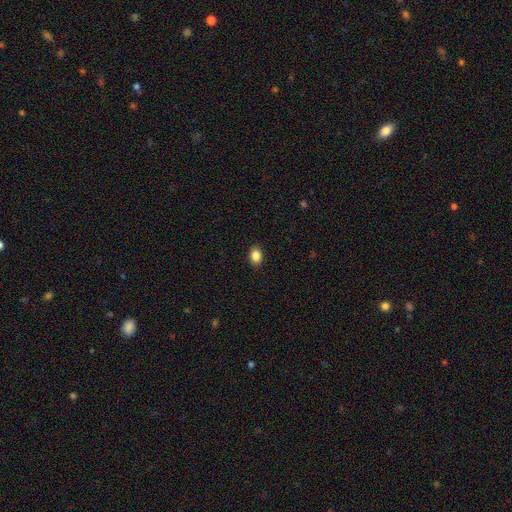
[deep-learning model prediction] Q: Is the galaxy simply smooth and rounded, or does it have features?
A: smooth — 87%.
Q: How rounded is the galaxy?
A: in between — 72%.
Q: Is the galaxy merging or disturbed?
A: none — 90%.